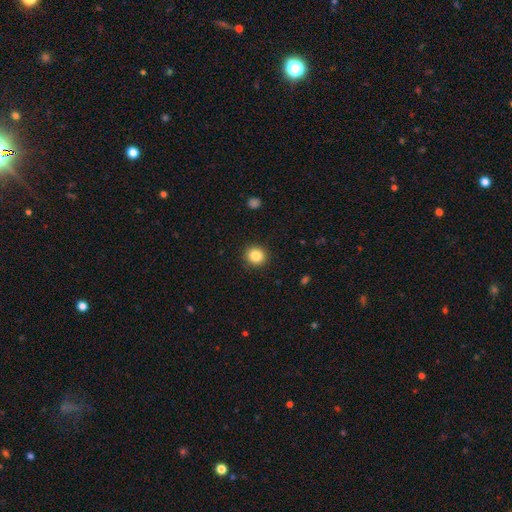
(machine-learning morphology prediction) Smooth or featured? smooth (85%)
How rounded? round (90%)
Merging? none (92%)